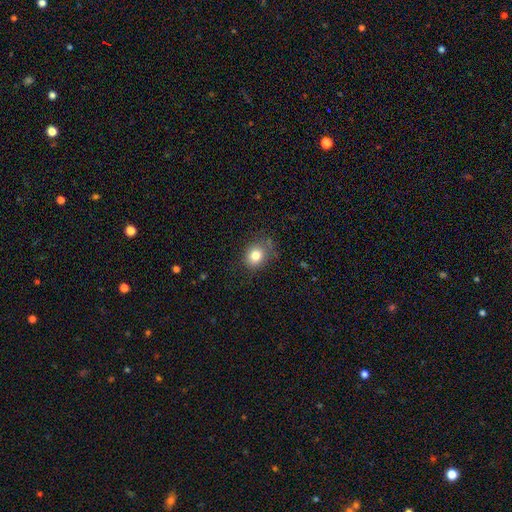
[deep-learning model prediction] A smooth galaxy with no disk features (81%) that is round (58%).

Vote fractions:
- Smooth or featured? smooth: 81% / star or artifact: 11% / featured or disk: 8%
- How rounded? round: 58% / in between: 42% / cigar-shaped: 1%
- Merging? none: 76% / minor disturbance: 18% / major disturbance: 5% / merger: 2%